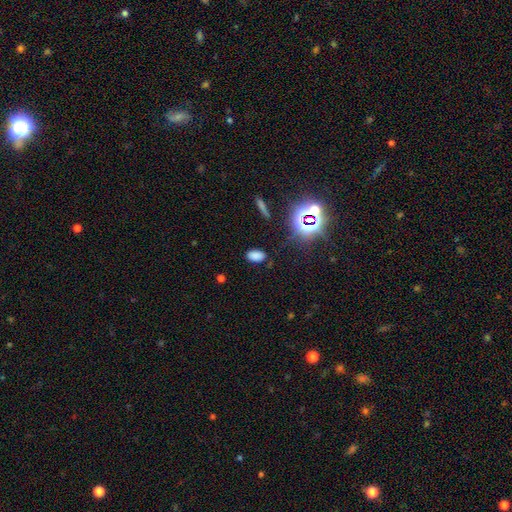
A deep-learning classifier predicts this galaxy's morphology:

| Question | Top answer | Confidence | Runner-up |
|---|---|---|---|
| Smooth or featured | smooth | 74% | star or artifact (20%) |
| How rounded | in between | 92% | round (6%) |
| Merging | none | 84% | minor disturbance (11%) |